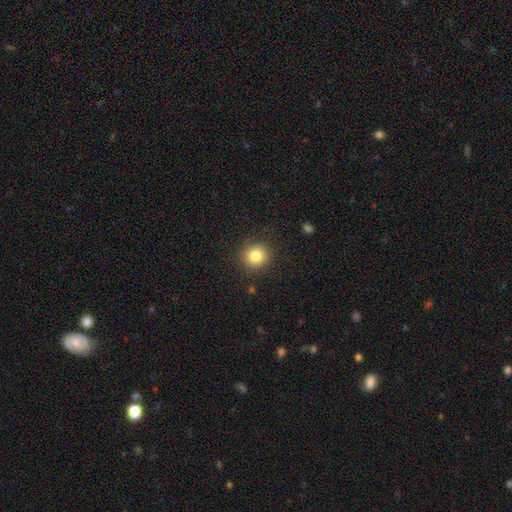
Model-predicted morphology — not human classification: Smooth or featured: smooth — 83% (star or artifact — 11%)
How rounded: round — 91% (in between — 8%)
Merging: none — 89% (minor disturbance — 7%)